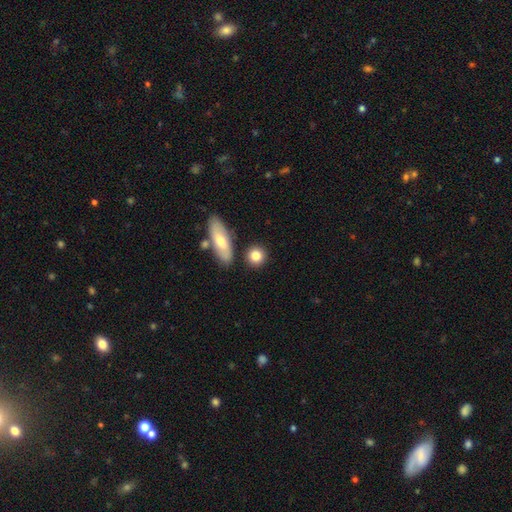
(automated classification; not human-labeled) Smooth or featured? Predicted: smooth (p=0.82). How rounded? Predicted: round (p=0.78). Merging? Predicted: none (p=0.81).